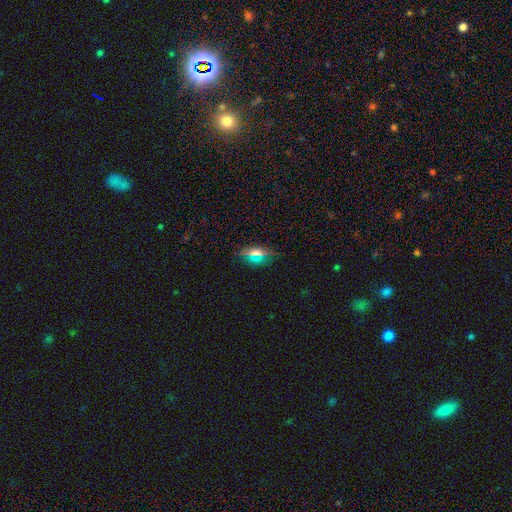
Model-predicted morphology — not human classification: Smooth or featured?
  - smooth: 58% *
  - star or artifact: 23%
  - featured or disk: 18%
How rounded?
  - in between: 73% *
  - round: 14%
  - cigar-shaped: 12%
Merging?
  - none: 83% *
  - minor disturbance: 11%
  - major disturbance: 4%
  - merger: 2%